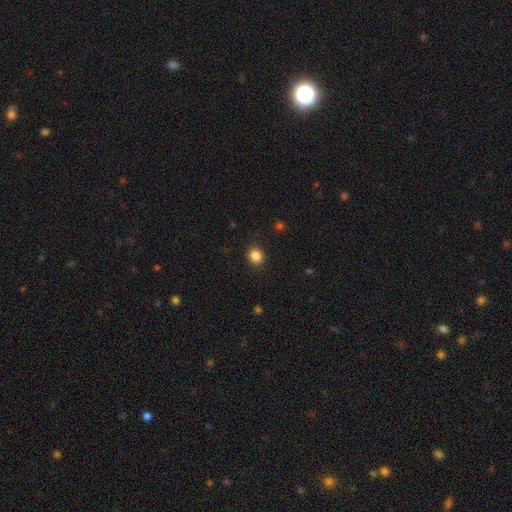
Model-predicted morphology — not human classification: Smooth or featured?
  - smooth: 85% *
  - star or artifact: 11%
  - featured or disk: 4%
How rounded?
  - round: 74% *
  - in between: 25%
  - cigar-shaped: 1%
Merging?
  - none: 89% *
  - minor disturbance: 8%
  - major disturbance: 3%
  - merger: 1%